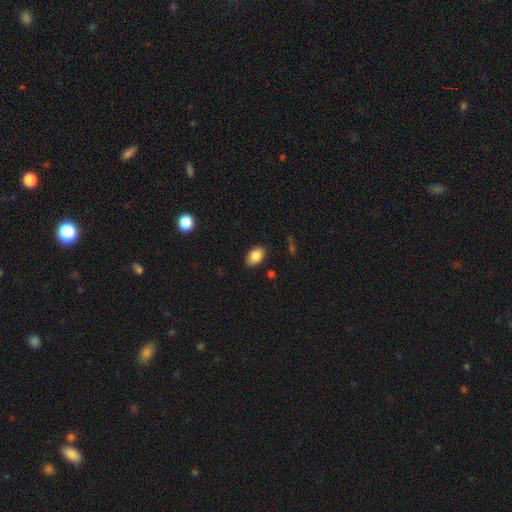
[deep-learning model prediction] This is clearly a smooth galaxy (86%). How rounded: clearly in between (88%). Merging: clearly none (86%).